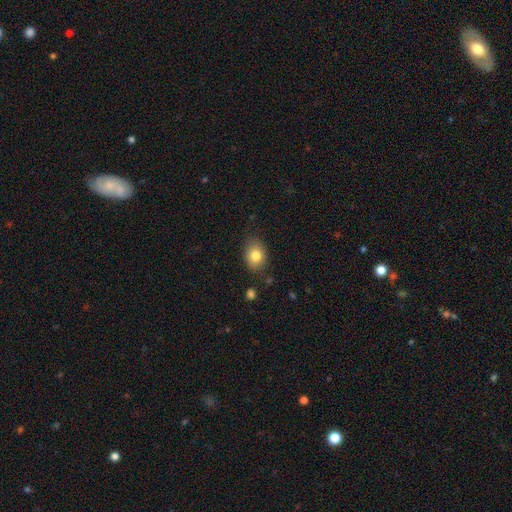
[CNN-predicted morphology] Overall: smooth (81%). How rounded: in between (71%). Merging: none (81%).